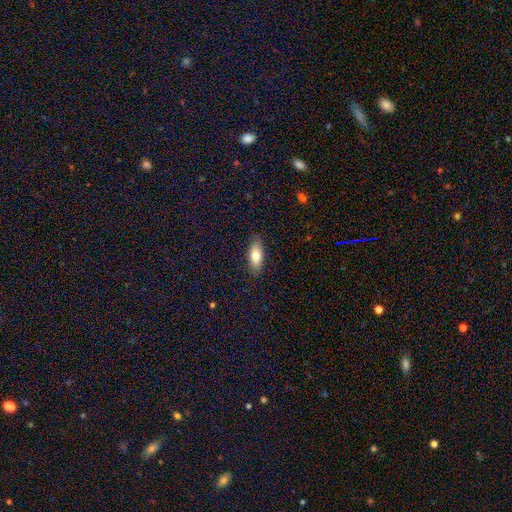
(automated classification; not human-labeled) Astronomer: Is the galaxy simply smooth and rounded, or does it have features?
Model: smooth — 76%.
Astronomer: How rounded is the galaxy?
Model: in between — 77%.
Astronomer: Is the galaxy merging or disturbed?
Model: none — 87%.